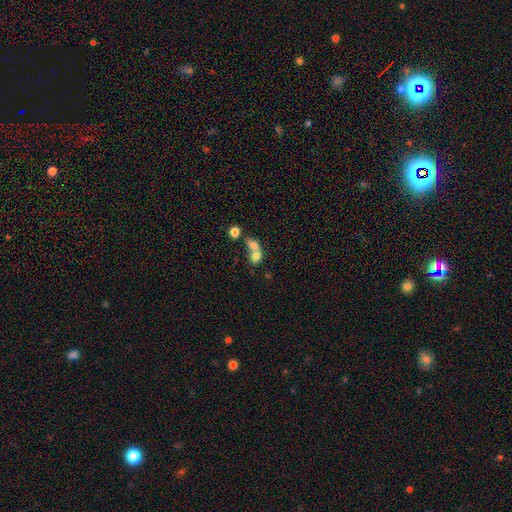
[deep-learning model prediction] Overall: smooth (72%). How rounded: round (49%, tied with in between). Merging: merger (71%).